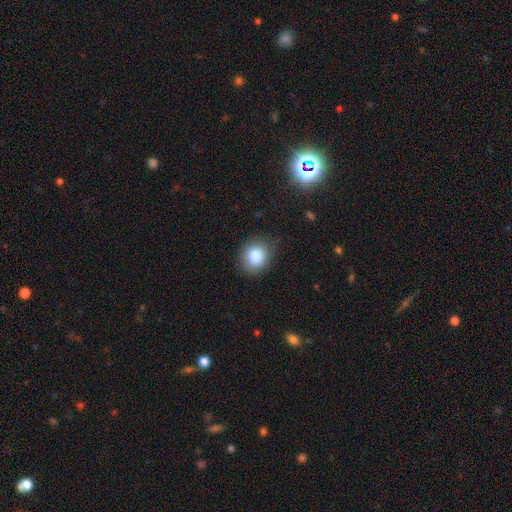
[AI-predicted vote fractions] Overall: smooth (86%). How rounded: round (69%; in between 30%). Merging: none (80%).